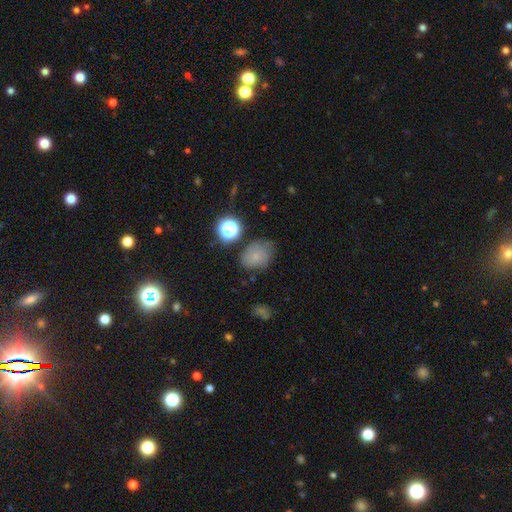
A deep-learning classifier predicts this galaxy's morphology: Smooth or featured?
  - smooth: 64% *
  - star or artifact: 19%
  - featured or disk: 17%
How rounded?
  - in between: 57% *
  - round: 41%
  - cigar-shaped: 1%
Merging?
  - none: 65% *
  - minor disturbance: 24%
  - major disturbance: 7%
  - merger: 5%